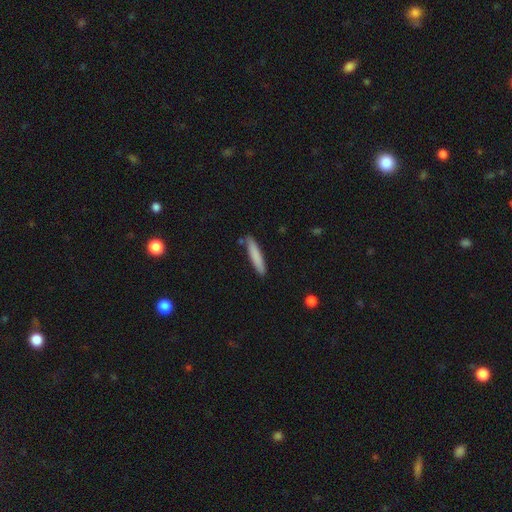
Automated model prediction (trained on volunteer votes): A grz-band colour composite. It shows a smooth galaxy with no disk features (81%) that is cigar-shaped (91%). Merging: none (84%).